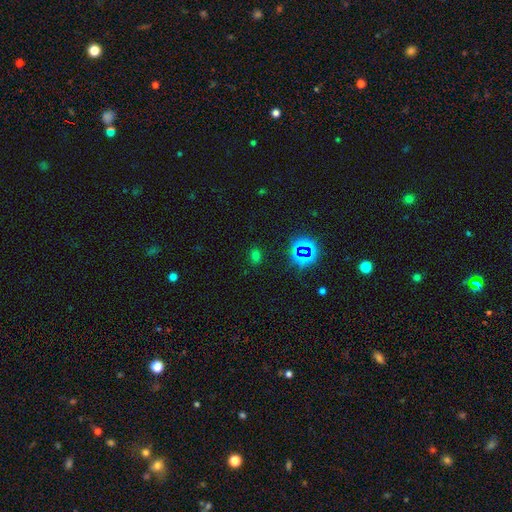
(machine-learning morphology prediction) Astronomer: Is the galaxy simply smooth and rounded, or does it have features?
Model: smooth — 57% (runner-up: star or artifact, 37%).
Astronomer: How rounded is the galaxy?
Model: in between — 62%.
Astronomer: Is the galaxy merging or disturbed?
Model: none — 83%.